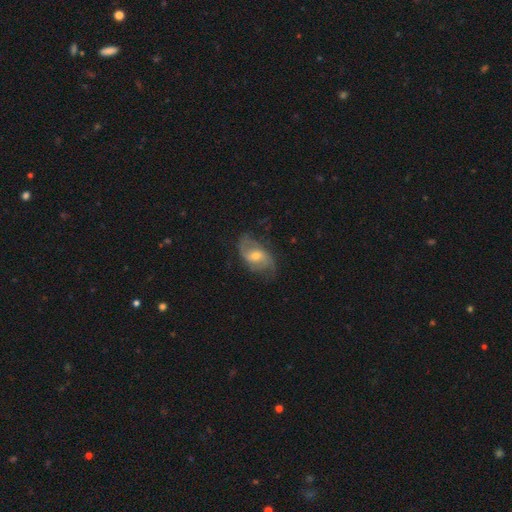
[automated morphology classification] Smooth or featured? featured or disk (78%)
Edge-on disk? no (96%)
Bar? weak (49%)
Spiral arms? yes (93%)
Spiral winding? medium (43%)
Spiral arm count? 2 (80%)
Bulge size? moderate (56%)
Merging? none (68%)